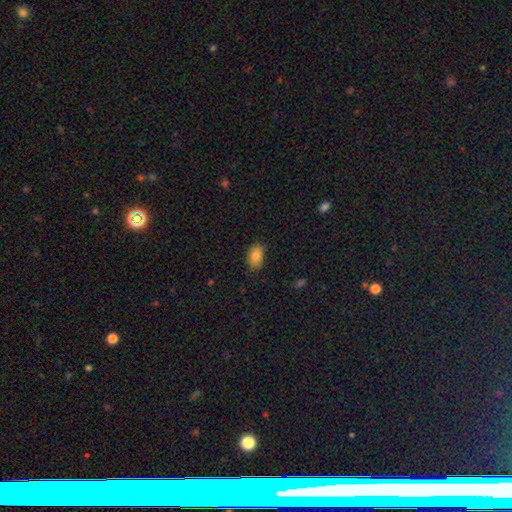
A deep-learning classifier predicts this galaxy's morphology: This appears to be a smooth galaxy with no disk features (83%) that is in between round and cigar-shaped (84%). Merging: none (78%).